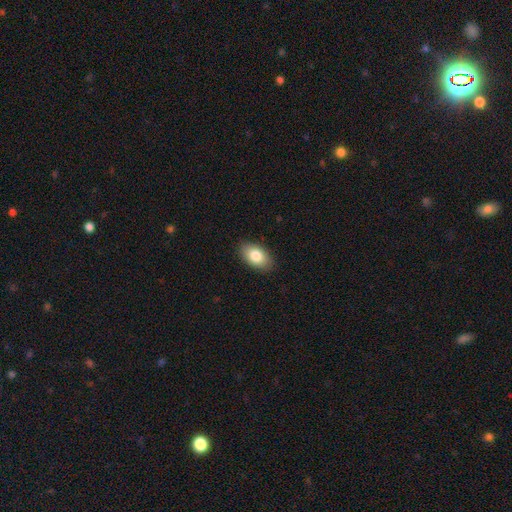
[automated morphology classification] Smooth or featured? smooth (83%)
How rounded? in between (92%)
Merging? none (88%)